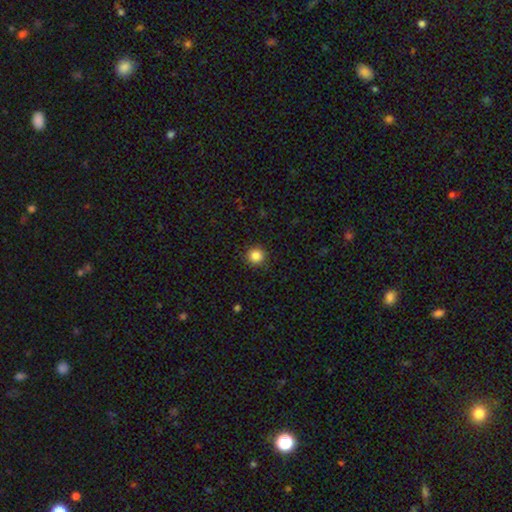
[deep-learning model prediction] The model was most divided on "smooth or featured": smooth: 86%, star or artifact: 11%, featured or disk: 4%. More confident: how rounded — round (94%); merging — none (91%).